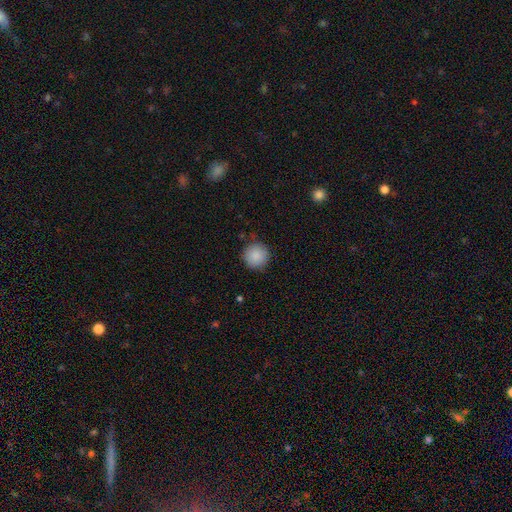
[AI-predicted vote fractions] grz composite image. It shows a smooth galaxy with no disk features (89%) that is round (95%). Merging: none (90%).